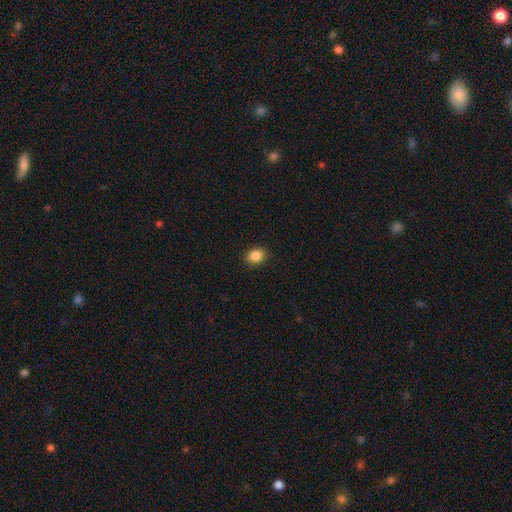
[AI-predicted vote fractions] Smooth or featured: smooth — 87% (star or artifact — 9%)
How rounded: in between — 53% (round — 46%)
Merging: none — 90% (minor disturbance — 7%)